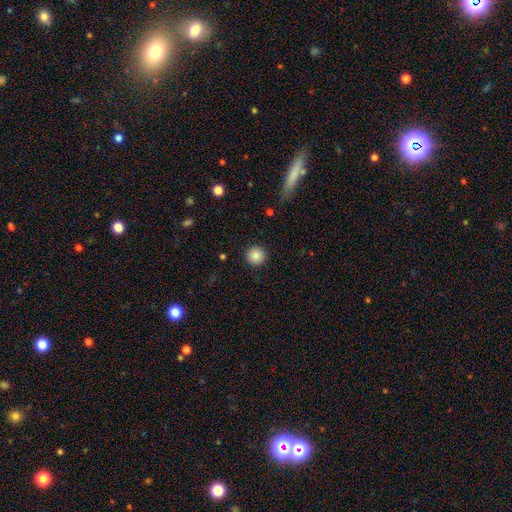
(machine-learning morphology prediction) smooth-or-featured: smooth: 87% | star or artifact: 9% | featured or disk: 4%
  how-rounded: round: 95% | in between: 4% | cigar-shaped: 1%
  merging: none: 92% | minor disturbance: 5% | major disturbance: 2% | merger: 1%